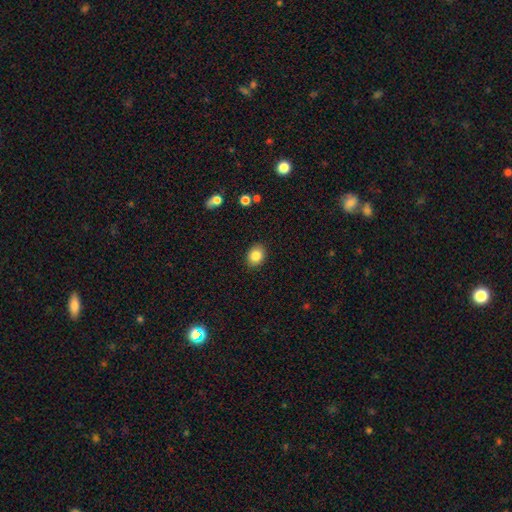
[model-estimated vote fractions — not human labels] smooth 85%, star or artifact 9%, featured or disk 6%. Down the decision tree: how rounded — in between (57%); merging — none (89%).